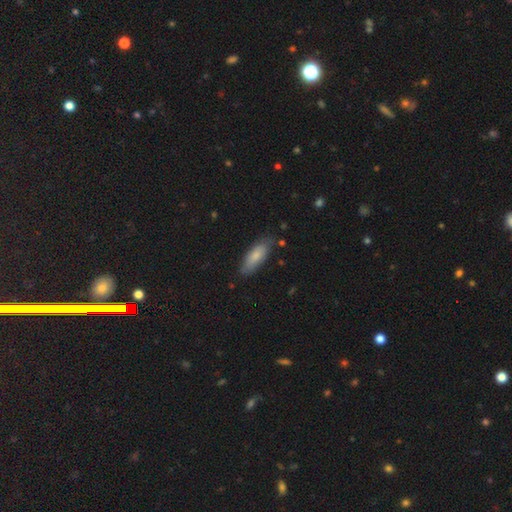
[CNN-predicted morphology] Smooth or featured: smooth — 79% (featured or disk — 15%)
How rounded: in between — 65% (cigar-shaped — 33%)
Merging: none — 78% (minor disturbance — 17%)